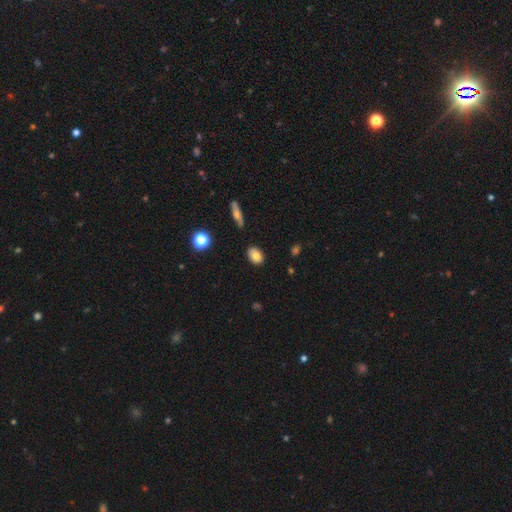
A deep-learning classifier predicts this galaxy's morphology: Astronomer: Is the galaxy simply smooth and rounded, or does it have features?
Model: smooth — 78%.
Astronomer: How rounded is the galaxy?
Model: in between — 77%.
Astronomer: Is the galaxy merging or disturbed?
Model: none — 86%.